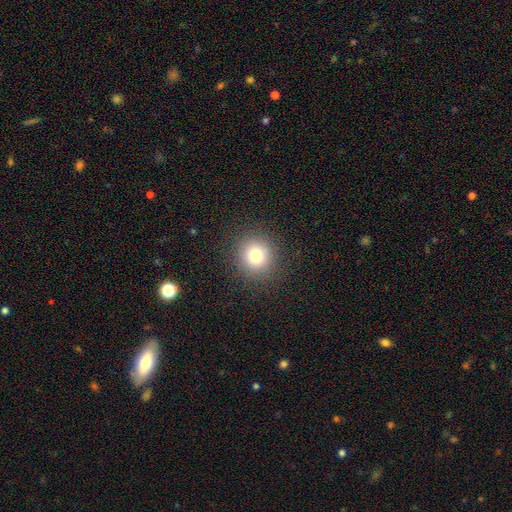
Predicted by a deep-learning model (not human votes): Smooth or featured: smooth — 78% (star or artifact — 13%)
How rounded: round — 91% (in between — 8%)
Merging: none — 90% (minor disturbance — 6%)